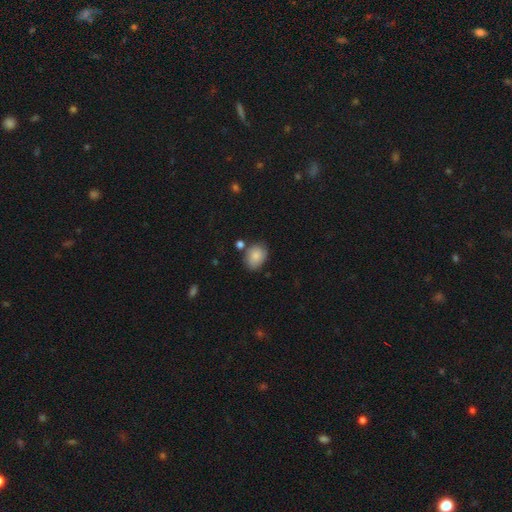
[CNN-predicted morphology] A smooth galaxy with no disk features (83%) that is in between round and cigar-shaped (60%). Merging: none (71%).